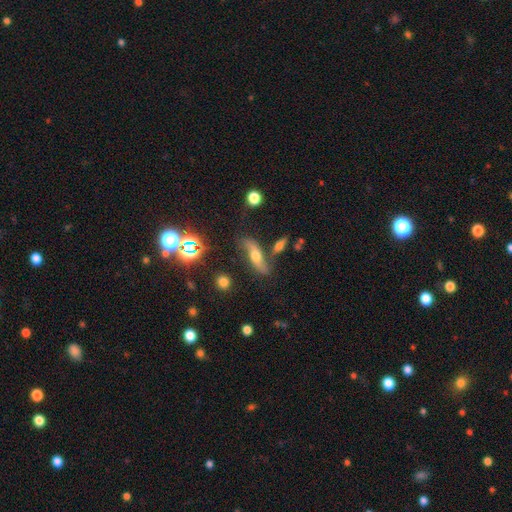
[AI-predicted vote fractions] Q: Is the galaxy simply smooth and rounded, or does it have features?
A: featured or disk — 59%.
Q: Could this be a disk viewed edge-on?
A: no — 57%.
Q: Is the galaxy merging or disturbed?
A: none — 64%.